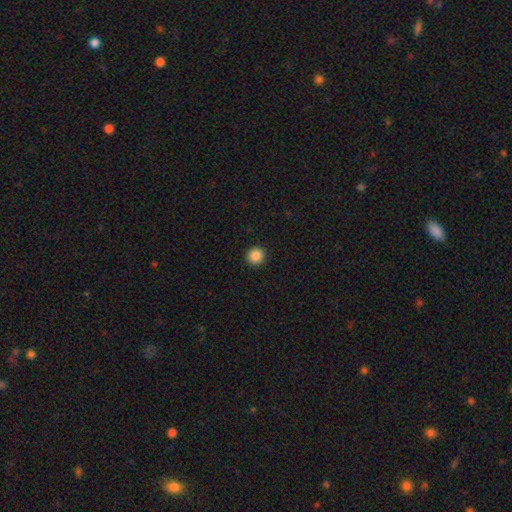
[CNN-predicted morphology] Smooth or featured: smooth — 87% (star or artifact — 10%)
How rounded: round — 94% (in between — 5%)
Merging: none — 93% (minor disturbance — 4%)